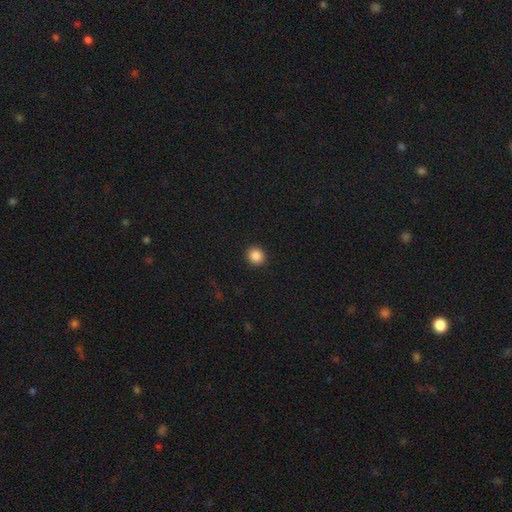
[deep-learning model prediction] smooth 87%, star or artifact 10%, featured or disk 3%. Down the decision tree: how rounded — round (86%); merging — none (92%).